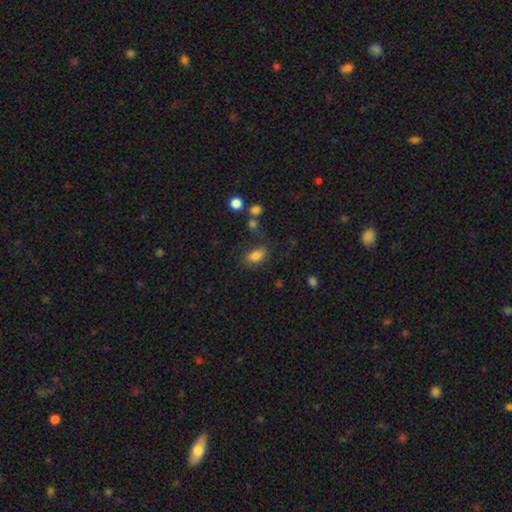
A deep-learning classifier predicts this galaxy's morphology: Smooth or featured? Predicted: smooth (p=0.82). How rounded? Predicted: in between (p=0.88). Merging? Predicted: none (p=0.70).